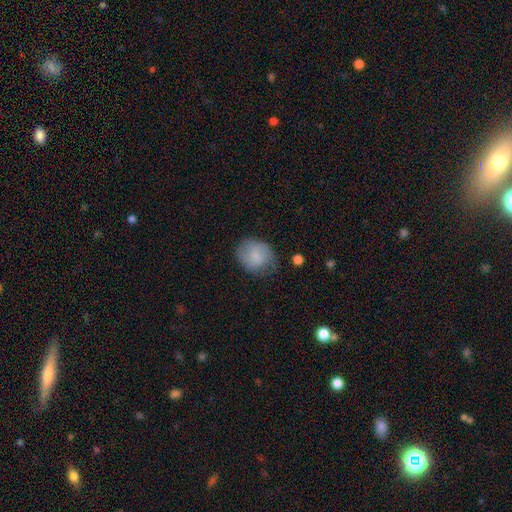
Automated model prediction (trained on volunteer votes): Smooth or featured?
  - smooth: 68% *
  - featured or disk: 24%
  - star or artifact: 7%
How rounded?
  - round: 58% *
  - in between: 40%
  - cigar-shaped: 1%
Merging?
  - none: 65% *
  - minor disturbance: 26%
  - major disturbance: 8%
  - merger: 2%